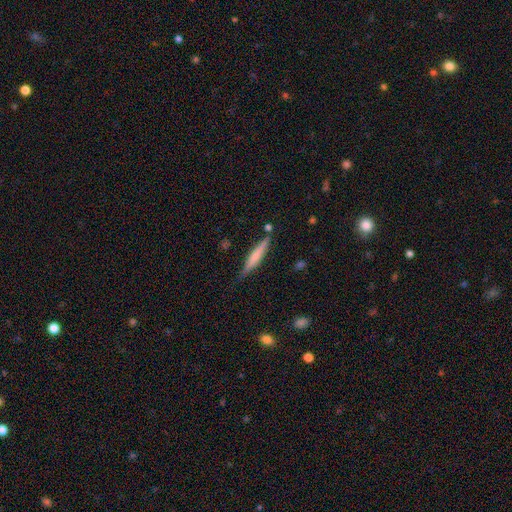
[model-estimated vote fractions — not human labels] smooth-or-featured: smooth: 54% | featured or disk: 40% | star or artifact: 6%
  how-rounded: cigar-shaped: 93% | in between: 6% | round: 2%
  merging: none: 79% | minor disturbance: 15% | merger: 3% | major disturbance: 3%